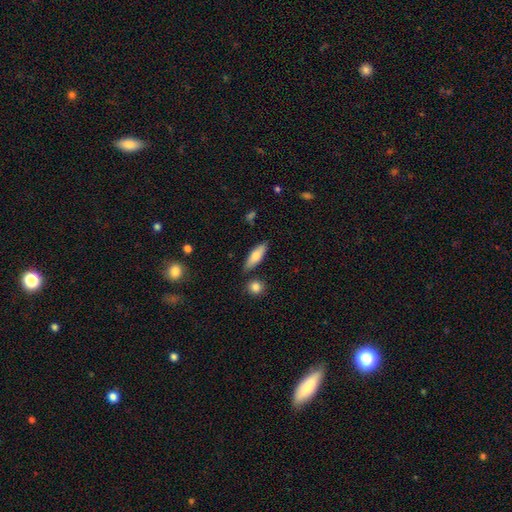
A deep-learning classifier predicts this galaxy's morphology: type=smooth (74%); roundness=in between (56%); merging=none (80%).